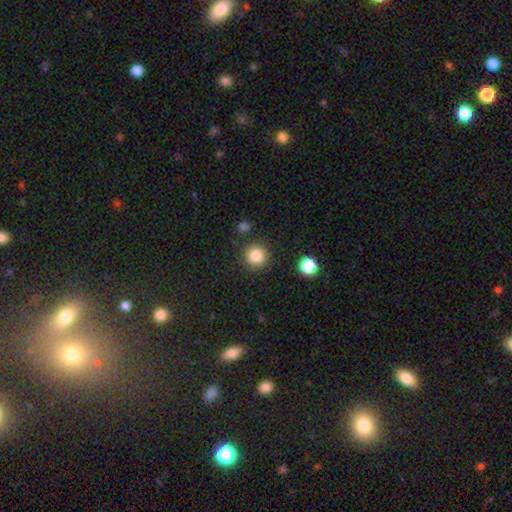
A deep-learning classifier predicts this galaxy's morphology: Smooth or featured? Predicted: smooth (p=0.85). How rounded? Predicted: round (p=0.95). Merging? Predicted: none (p=0.87).